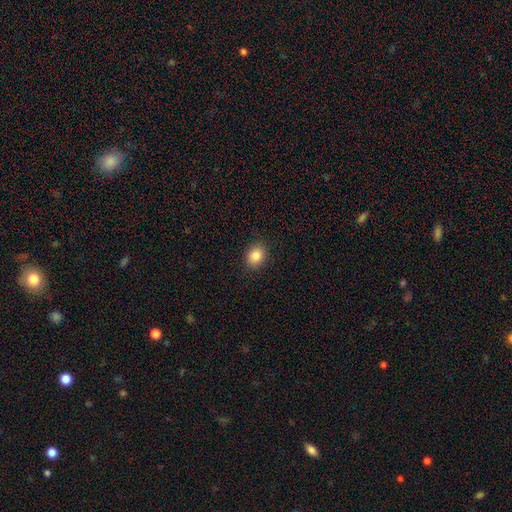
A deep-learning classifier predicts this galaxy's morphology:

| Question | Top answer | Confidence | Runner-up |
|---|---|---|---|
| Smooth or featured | smooth | 86% | star or artifact (9%) |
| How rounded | in between | 52% | round (47%) |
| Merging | none | 89% | minor disturbance (8%) |